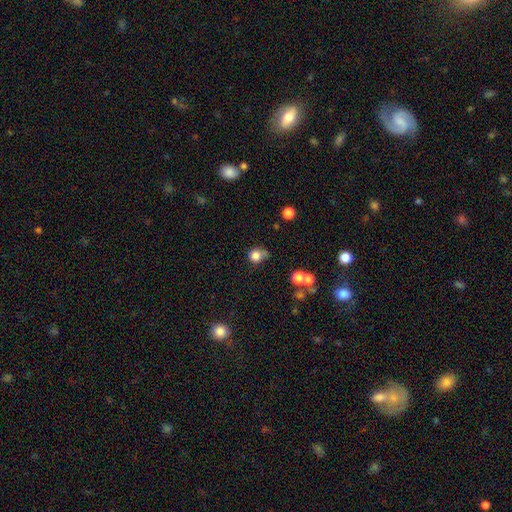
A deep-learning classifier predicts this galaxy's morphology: smooth-or-featured: smooth: 80% | star or artifact: 12% | featured or disk: 8%
  how-rounded: round: 79% | in between: 20% | cigar-shaped: 1%
  merging: none: 49% | minor disturbance: 29% | major disturbance: 12% | merger: 11%